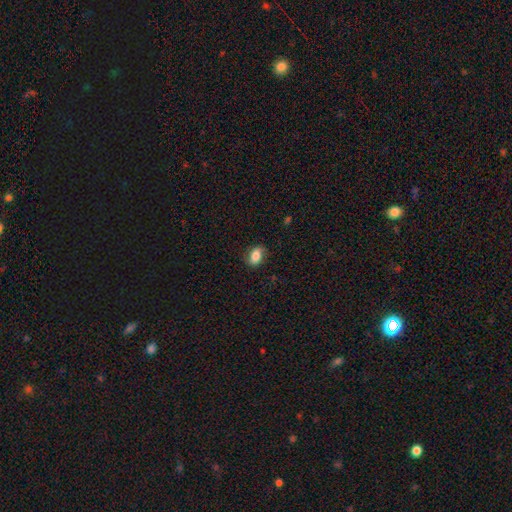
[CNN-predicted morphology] A smooth galaxy with no disk features (83%) that is in between round and cigar-shaped (84%).

Vote fractions:
- Smooth or featured? smooth: 83% / featured or disk: 9% / star or artifact: 8%
- How rounded? in between: 84% / round: 14% / cigar-shaped: 2%
- Merging? none: 81% / minor disturbance: 15% / major disturbance: 4% / merger: 1%